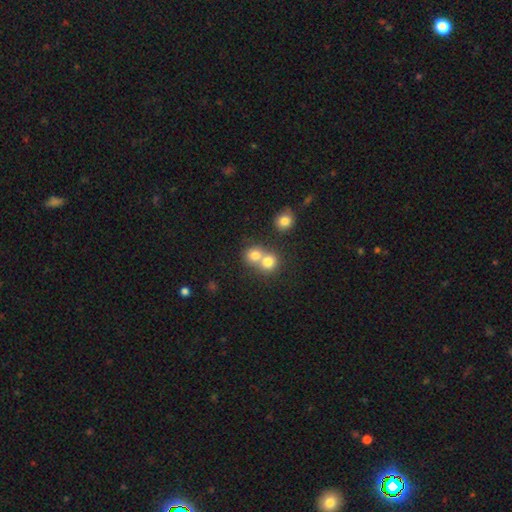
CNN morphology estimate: Smooth or featured?
  - smooth: 77% *
  - star or artifact: 12%
  - featured or disk: 11%
How rounded?
  - round: 82% *
  - in between: 17%
  - cigar-shaped: 1%
Merging?
  - merger: 54% *
  - none: 38%
  - minor disturbance: 5%
  - major disturbance: 3%